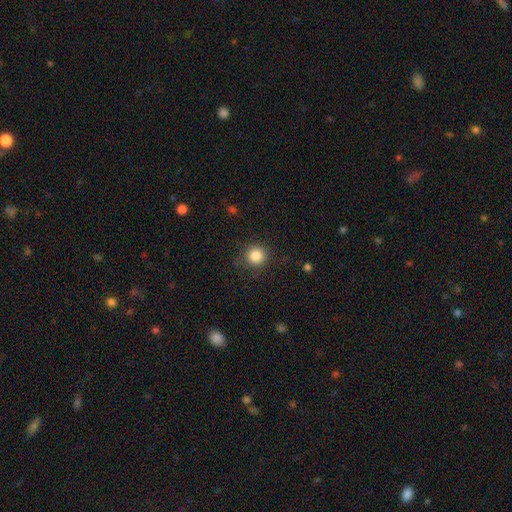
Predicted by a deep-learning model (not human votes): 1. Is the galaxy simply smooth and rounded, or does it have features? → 85% smooth, 10% star or artifact, 4% featured or disk.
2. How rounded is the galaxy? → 93% round, 6% in between, 1% cigar-shaped.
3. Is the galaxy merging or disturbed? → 87% none, 9% minor disturbance, 3% major disturbance, 1% merger.